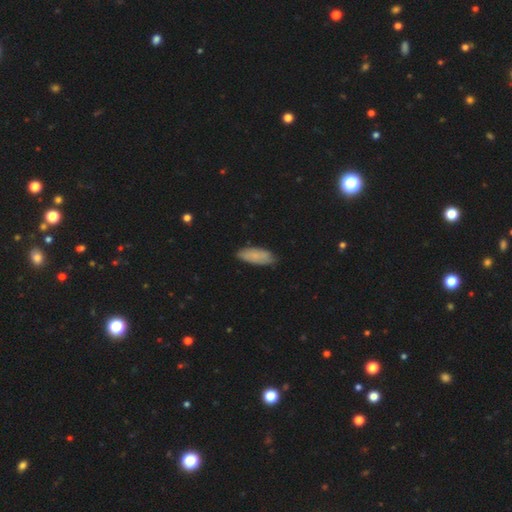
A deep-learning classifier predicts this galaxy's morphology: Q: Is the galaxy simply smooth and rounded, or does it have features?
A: smooth — 79%.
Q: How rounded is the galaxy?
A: in between — 74%.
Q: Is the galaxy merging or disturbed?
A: none — 79%.